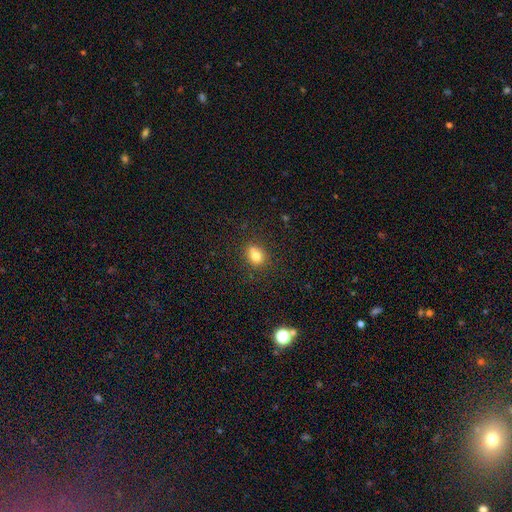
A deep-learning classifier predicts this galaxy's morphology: type=smooth (76%); roundness=round (62%); merging=none (61%).